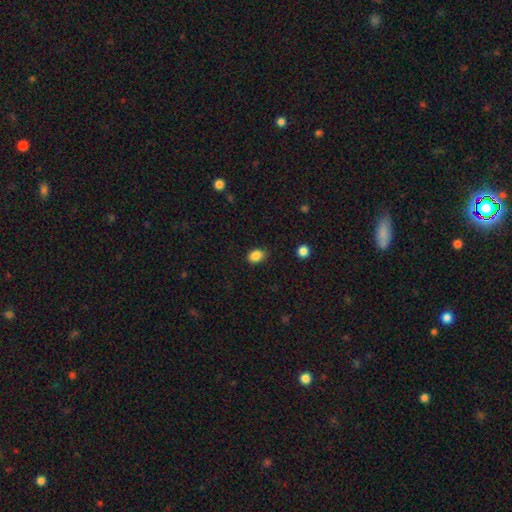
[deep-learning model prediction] Smooth or featured: smooth — 86% (star or artifact — 10%)
How rounded: in between — 69% (round — 30%)
Merging: none — 80% (minor disturbance — 15%)